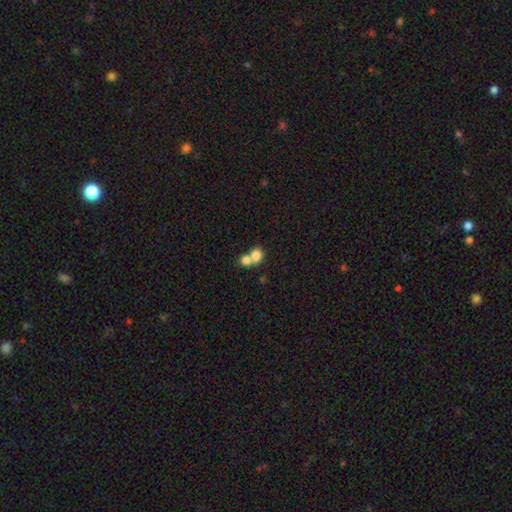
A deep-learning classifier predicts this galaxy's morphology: Overall: smooth (79%). How rounded: round (61%; in between 38%). Merging: merger (65%; none 27%).